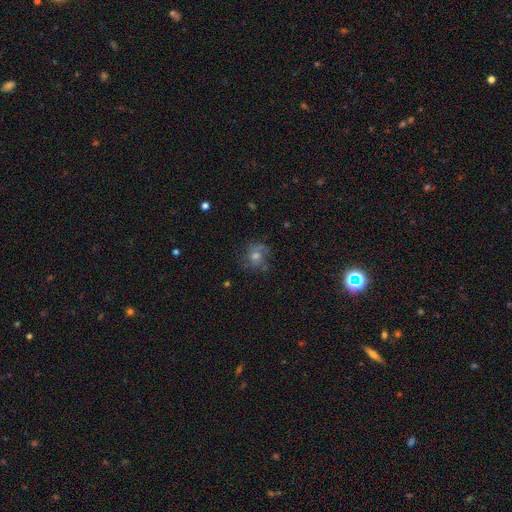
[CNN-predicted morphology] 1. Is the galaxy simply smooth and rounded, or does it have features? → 47% featured or disk, 30% smooth, 23% star or artifact.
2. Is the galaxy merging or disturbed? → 70% none, 17% minor disturbance, 10% major disturbance, 2% merger.